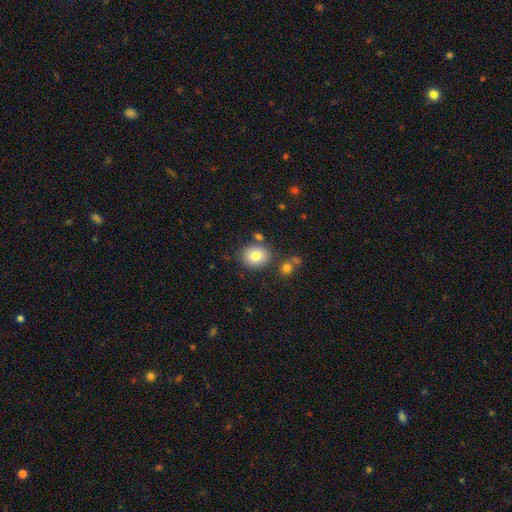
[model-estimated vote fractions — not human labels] The model was most divided on "how rounded": round: 71%, in between: 28%, cigar-shaped: 1%. More confident: smooth or featured — smooth (80%); merging — none (80%).